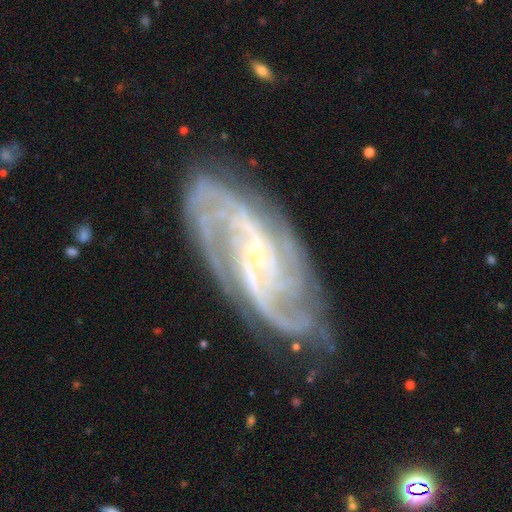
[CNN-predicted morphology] smooth_or_featured: featured or disk (p=0.90) [alt: star or artifact p=0.05]
disk_edge_on: no (p=0.95) [alt: yes p=0.05]
bar: weak (p=0.41) [alt: no p=0.39]
has_spiral_arms: yes (p=0.98) [alt: no p=0.02]
spiral_winding: tight (p=0.46) [alt: medium p=0.43]
spiral_arm_count: 2 (p=0.28) [alt: 3 p=0.20]
bulge_size: small (p=0.79) [alt: moderate p=0.15]
merging: none (p=0.75) [alt: minor disturbance p=0.16]